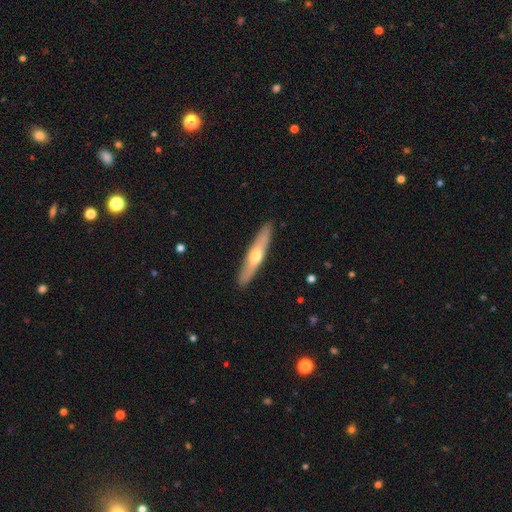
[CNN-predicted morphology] featured or disk 51%, smooth 44%, star or artifact 5%. Down the decision tree: edge-on disk — yes (88%); merging — none (90%).